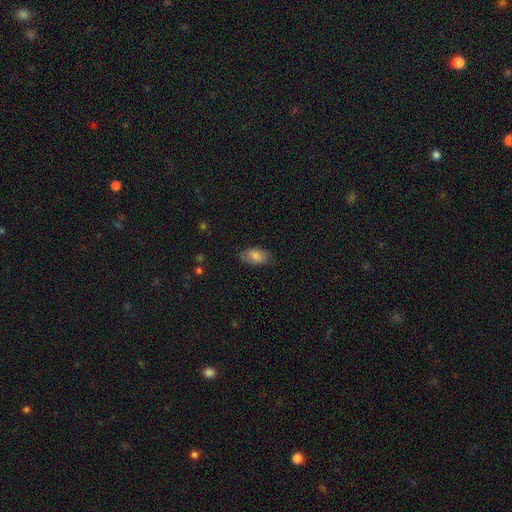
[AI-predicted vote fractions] smooth 80%, featured or disk 13%, star or artifact 7%. Down the decision tree: how rounded — in between (93%); merging — none (72%).